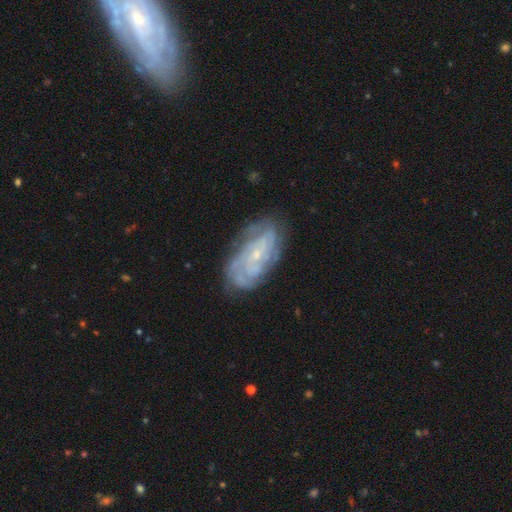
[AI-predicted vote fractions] Q: Smooth or featured?
A: featured or disk (80%); runner-up: smooth (13%)
Q: Edge-on disk?
A: no (94%); runner-up: yes (6%)
Q: Bar?
A: no (70%); runner-up: weak (24%)
Q: Spiral arms?
A: yes (93%); runner-up: no (7%)
Q: Spiral winding?
A: tight (65%); runner-up: medium (28%)
Q: Spiral arm count?
A: can't tell (38%); runner-up: 4 (19%)
Q: Bulge size?
A: small (78%); runner-up: moderate (16%)
Q: Merging?
A: none (75%); runner-up: minor disturbance (17%)